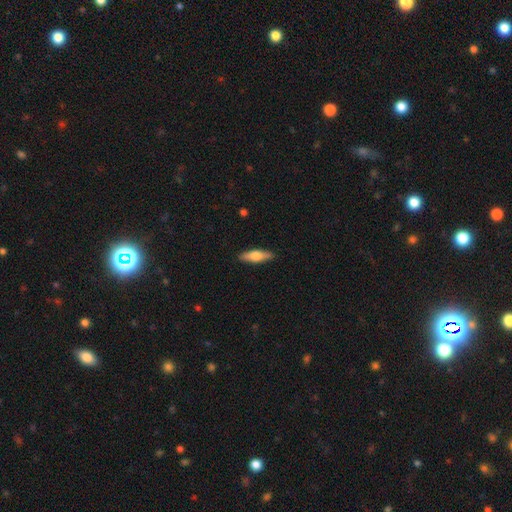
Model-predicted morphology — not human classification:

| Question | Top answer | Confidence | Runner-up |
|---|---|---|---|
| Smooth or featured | smooth | 59% | featured or disk (36%) |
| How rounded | cigar-shaped | 55% | in between (42%) |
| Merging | none | 89% | minor disturbance (8%) |